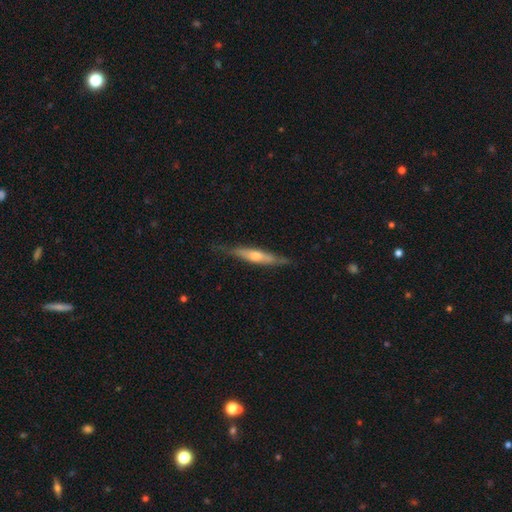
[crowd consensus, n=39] smooth-or-featured: featured or disk: 72% | smooth: 28% | star or artifact: 0%
  disk-edge-on: yes: 89% | no: 11%
    edge-on-bulge: rounded: 92% | none: 8% | boxy: 0%
  merging: none: 72% | minor disturbance: 21% | merger: 5% | major disturbance: 3%